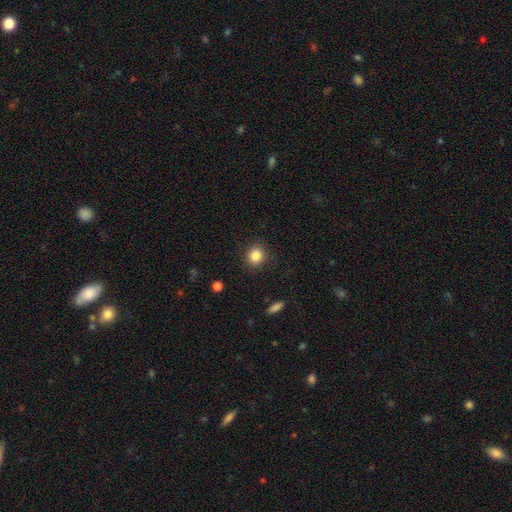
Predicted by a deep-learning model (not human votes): This appears to be a smooth galaxy with no disk features (85%) that is round (84%). Merging: none (89%).